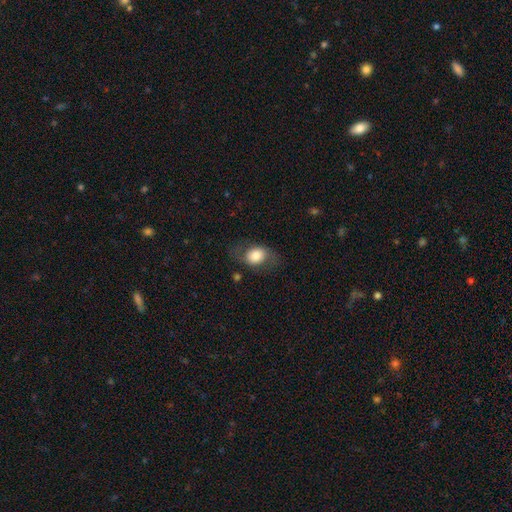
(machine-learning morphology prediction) type=smooth (66%); roundness=in between (60%); merging=none (67%).